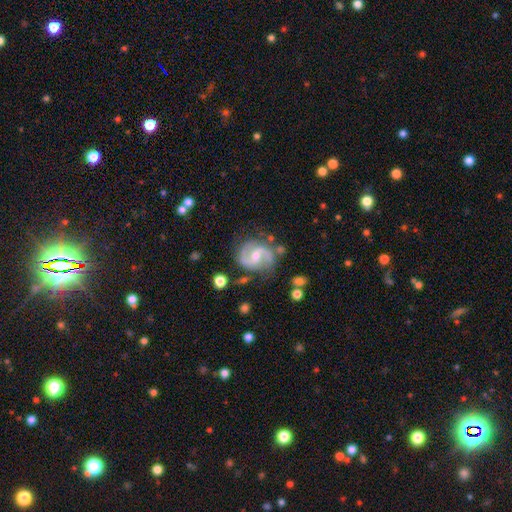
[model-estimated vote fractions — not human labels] smooth-or-featured: featured or disk: 88% | smooth: 7% | star or artifact: 5%
  disk-edge-on: no: 98% | yes: 2%
    bar: weak: 50% | no: 31% | strong: 19%
    has-spiral-arms: yes: 97% | no: 3%
      spiral-winding: medium: 58% | loose: 25% | tight: 17%
      spiral-arm-count: 2: 92% | can't tell: 3% | 1: 2% | 3: 1% | 4: 1% | more than 4: 1%
    bulge-size: moderate: 55% | small: 38% | none: 3% | large: 3% | dominant: 1%
  merging: none: 74% | minor disturbance: 17% | major disturbance: 6% | merger: 4%